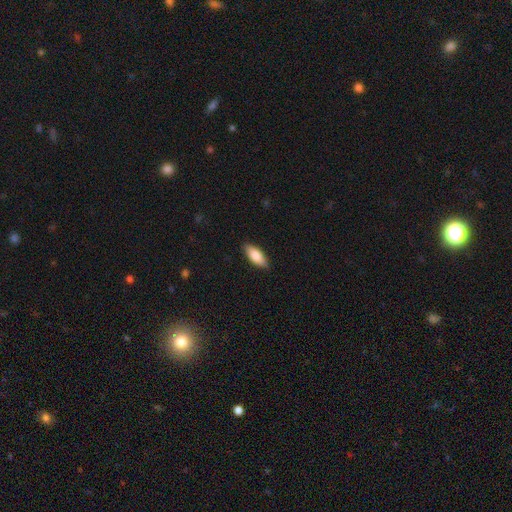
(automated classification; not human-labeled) Smooth or featured? smooth (84%)
How rounded? in between (79%)
Merging? none (88%)